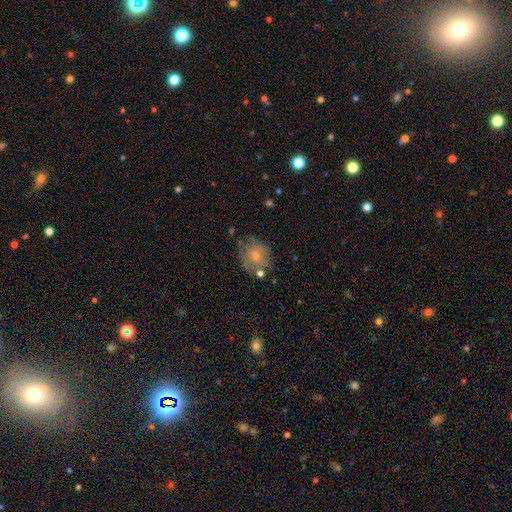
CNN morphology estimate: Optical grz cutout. It shows a smooth galaxy with no disk features (48%). Merging: none (69%).